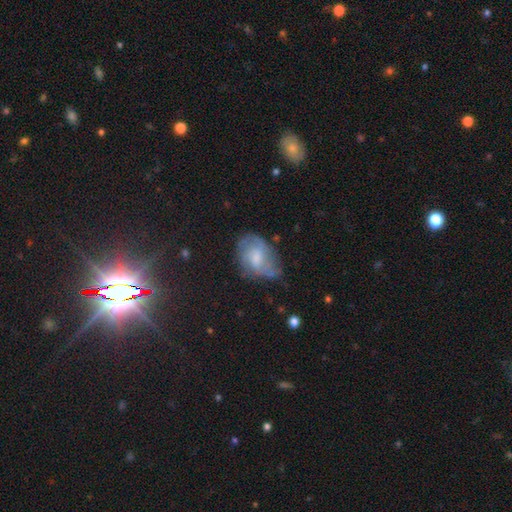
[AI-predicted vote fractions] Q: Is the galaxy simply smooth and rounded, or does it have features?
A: featured or disk — 53%.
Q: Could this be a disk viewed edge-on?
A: no — 96%.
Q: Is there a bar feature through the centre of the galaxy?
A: no — 48%.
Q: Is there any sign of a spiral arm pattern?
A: yes — 73%.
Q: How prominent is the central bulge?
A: moderate — 44%.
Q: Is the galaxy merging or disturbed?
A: none — 50%.